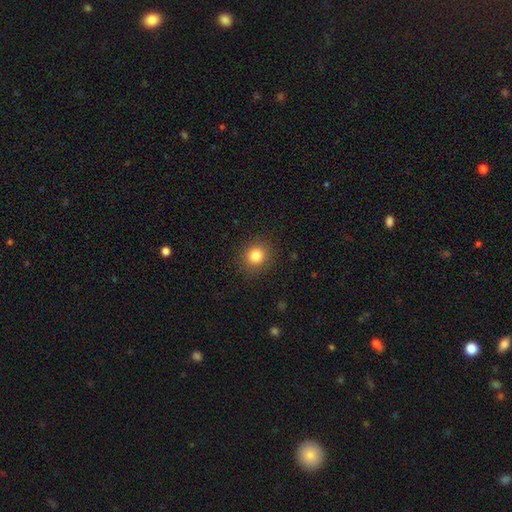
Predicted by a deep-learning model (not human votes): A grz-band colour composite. It shows a smooth galaxy with no disk features (83%) that is round (81%). Merging: none (89%).